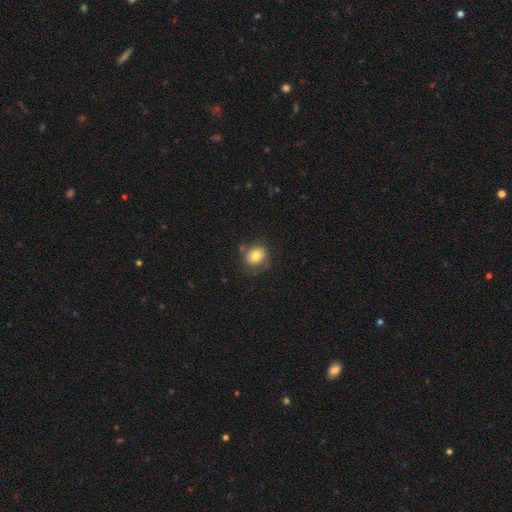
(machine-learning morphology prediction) type=smooth (73%); roundness=round (73%); merging=none (67%).